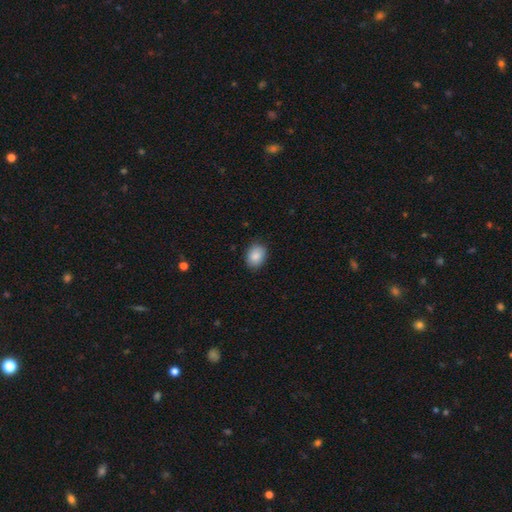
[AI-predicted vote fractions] A smooth galaxy with no disk features (88%) that is in between round and cigar-shaped (60%).

Vote fractions:
- Smooth or featured? smooth: 88% / star or artifact: 7% / featured or disk: 5%
- How rounded? in between: 60% / round: 39% / cigar-shaped: 1%
- Merging? none: 87% / minor disturbance: 10% / major disturbance: 2% / merger: 1%